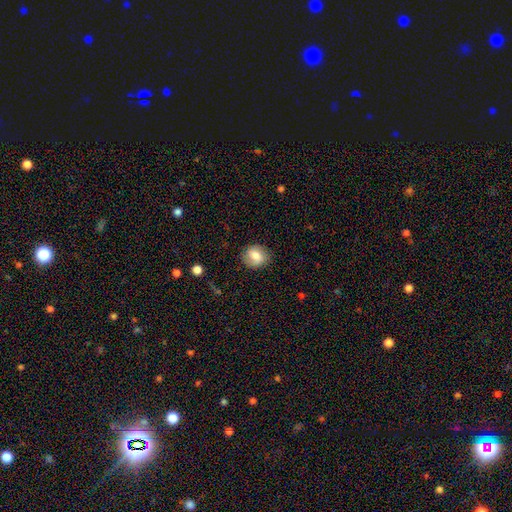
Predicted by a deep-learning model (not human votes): Overall: smooth (75%). How rounded: round (72%). Merging: none (83%).